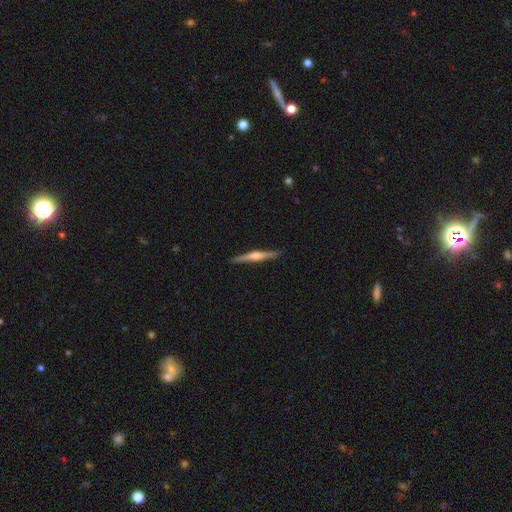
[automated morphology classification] Smooth or featured? Predicted: featured or disk (p=0.69). Edge-on disk? Predicted: yes (p=0.98). Edge-on bulge? Predicted: rounded (p=0.75). Merging? Predicted: none (p=0.90).